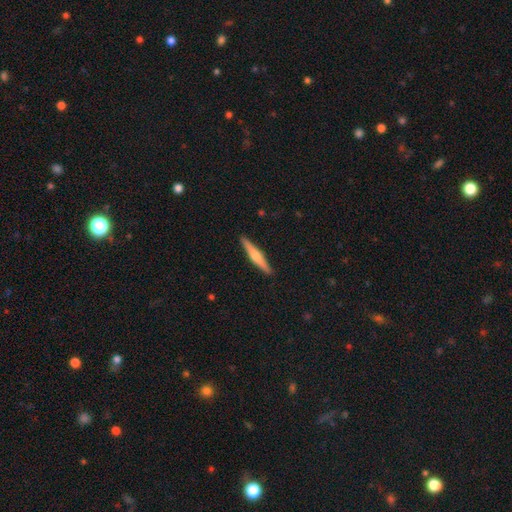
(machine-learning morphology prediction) This is possibly a featured or disk galaxy (57%). It is clearly viewed edge-on (97%). Edge-on bulge: clearly rounded (87%). Merging: clearly none (92%).